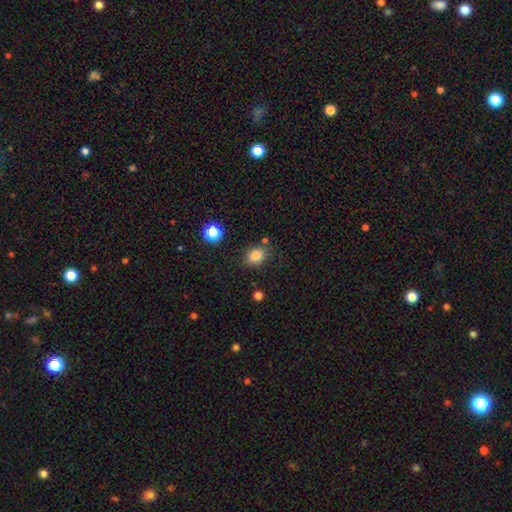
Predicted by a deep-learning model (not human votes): This is clearly a smooth galaxy (83%). How rounded: possibly in between (58%). Merging: likely none (76%).